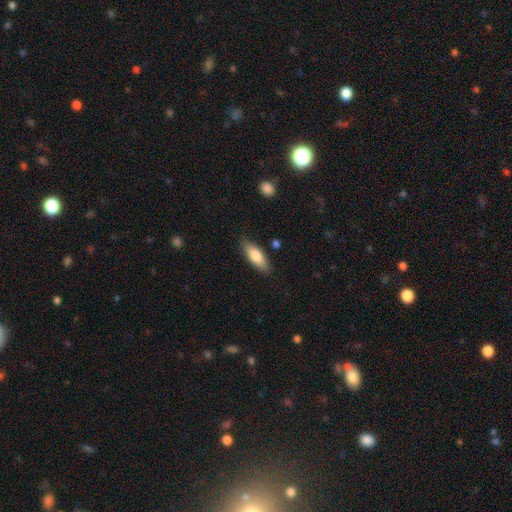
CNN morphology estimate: Smooth or featured?
  - smooth: 79% *
  - featured or disk: 15%
  - star or artifact: 6%
How rounded?
  - in between: 64% *
  - cigar-shaped: 34%
  - round: 2%
Merging?
  - none: 85% *
  - minor disturbance: 11%
  - major disturbance: 2%
  - merger: 2%